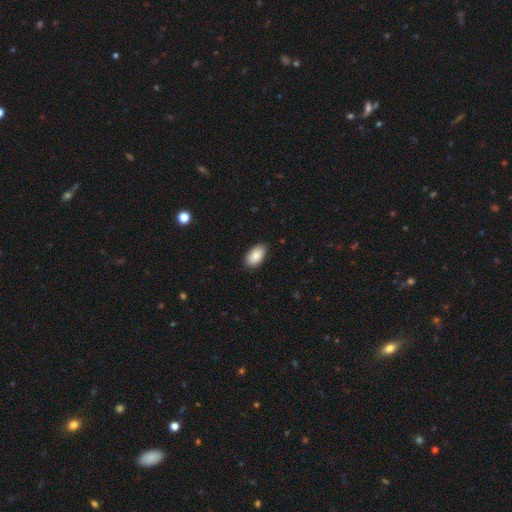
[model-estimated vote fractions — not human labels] Overall: smooth (85%). How rounded: in between (94%). Merging: none (87%).